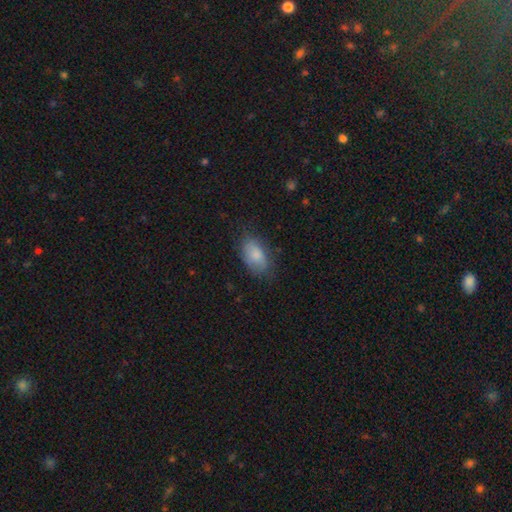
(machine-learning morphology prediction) Overall: smooth (80%). How rounded: in between (92%). Merging: none (72%).